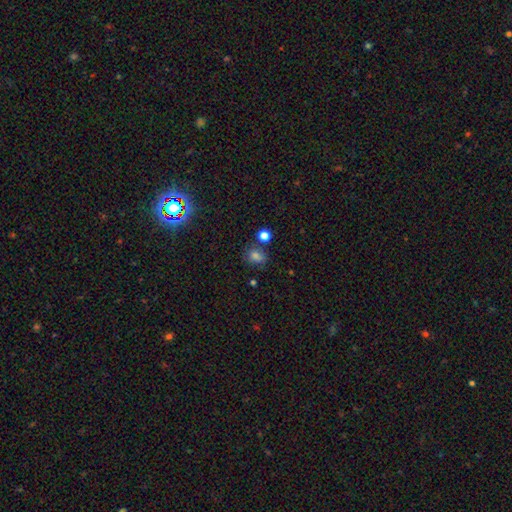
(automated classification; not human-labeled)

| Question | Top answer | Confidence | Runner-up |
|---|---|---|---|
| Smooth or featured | smooth | 74% | star or artifact (18%) |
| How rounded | round | 58% | in between (41%) |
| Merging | none | 68% | minor disturbance (17%) |